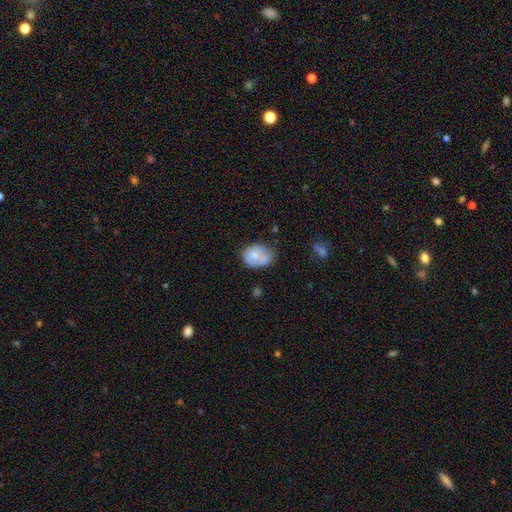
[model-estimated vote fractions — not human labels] The model was most divided on "merging": none: 45%, minor disturbance: 34%, merger: 11%, major disturbance: 10%. More confident: smooth or featured — smooth (64%); how rounded — in between (58%).